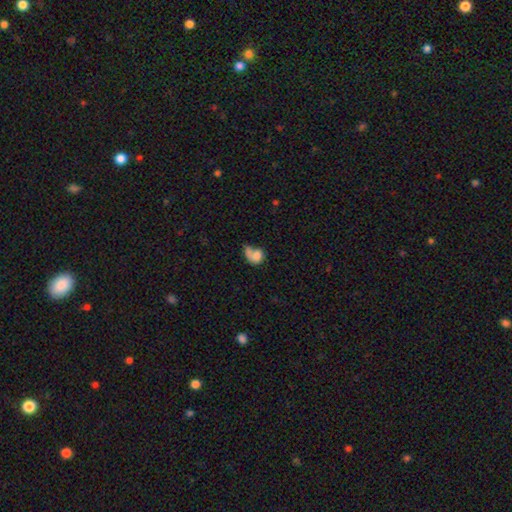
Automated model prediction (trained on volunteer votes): Q: Smooth or featured?
A: smooth (72%); runner-up: featured or disk (19%)
Q: How rounded?
A: in between (51%); runner-up: round (47%)
Q: Merging?
A: merger (42%); runner-up: none (23%)